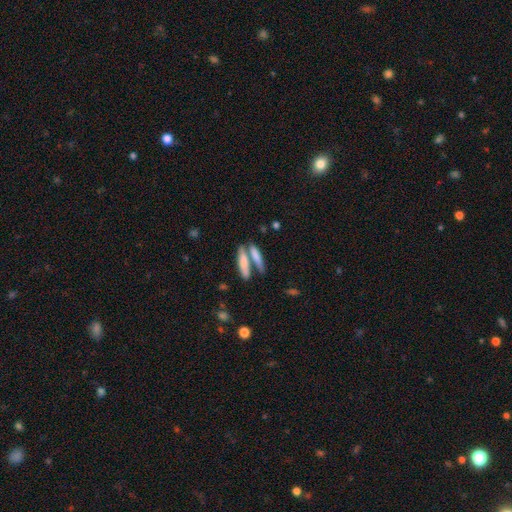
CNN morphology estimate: The model was most divided on "merging": none: 47%, merger: 40%, minor disturbance: 9%, major disturbance: 4%. More confident: how rounded — cigar-shaped (74%); smooth or featured — smooth (73%).